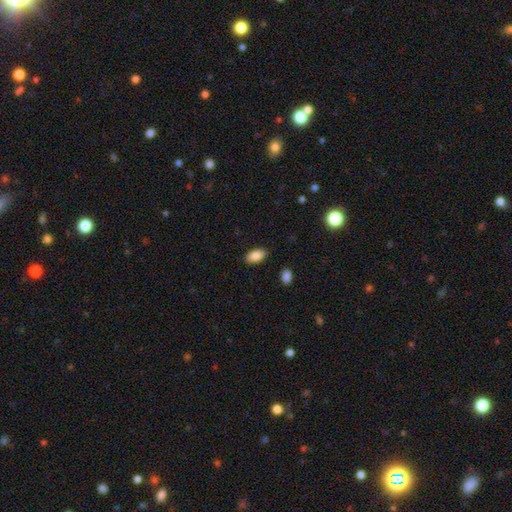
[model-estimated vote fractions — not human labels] Morphology: type=smooth (87%); roundness=in between (93%); merging=none (87%).